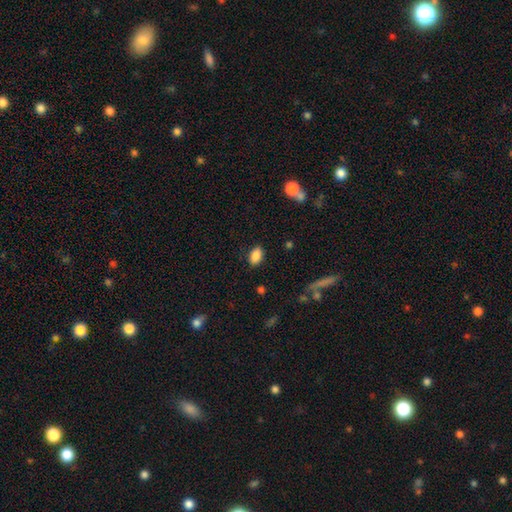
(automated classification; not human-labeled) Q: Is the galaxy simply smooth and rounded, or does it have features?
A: smooth — 87%.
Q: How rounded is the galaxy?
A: in between — 90%.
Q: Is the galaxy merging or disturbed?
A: none — 84%.